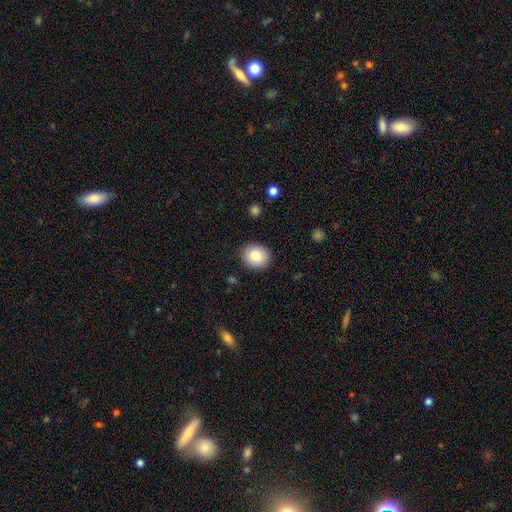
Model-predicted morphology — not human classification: Smooth or featured? Predicted: smooth (p=0.82). How rounded? Predicted: round (p=0.72). Merging? Predicted: none (p=0.90).